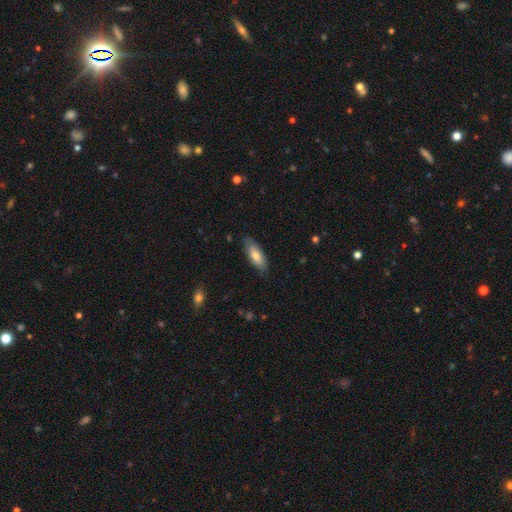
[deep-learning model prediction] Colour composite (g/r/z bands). It shows a smooth galaxy with no disk features (76%) that is in between round and cigar-shaped (70%). Merging: none (84%).